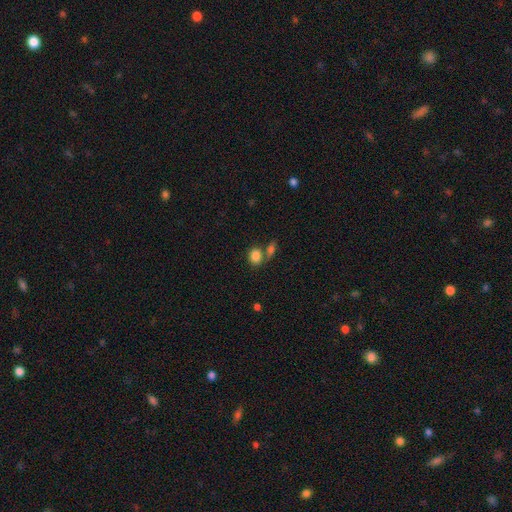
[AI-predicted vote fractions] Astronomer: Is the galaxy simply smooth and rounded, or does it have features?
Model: smooth — 84%.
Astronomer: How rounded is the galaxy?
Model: in between — 54% (runner-up: round, 45%).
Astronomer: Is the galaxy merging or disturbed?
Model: none — 48% (runner-up: merger, 36%).